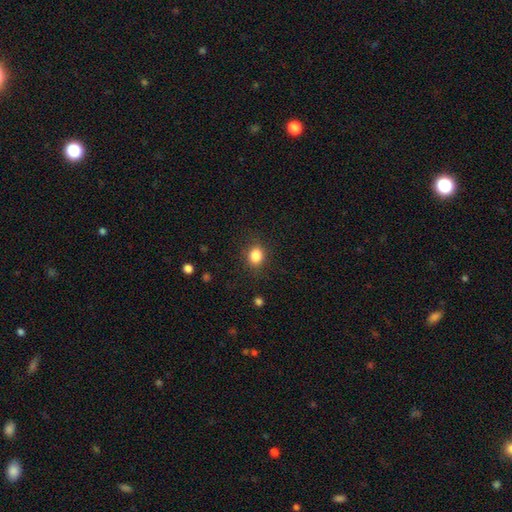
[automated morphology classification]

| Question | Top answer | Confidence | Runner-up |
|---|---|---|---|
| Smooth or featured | smooth | 85% | star or artifact (10%) |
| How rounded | round | 66% | in between (33%) |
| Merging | none | 85% | minor disturbance (10%) |